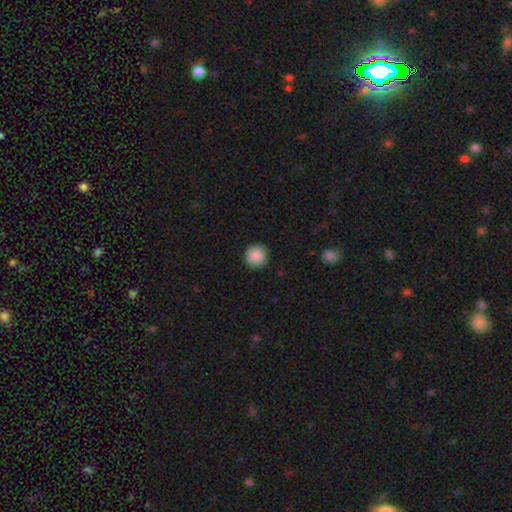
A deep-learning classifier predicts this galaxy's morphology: Q: Smooth or featured?
A: smooth (89%); runner-up: star or artifact (8%)
Q: How rounded?
A: round (95%); runner-up: in between (4%)
Q: Merging?
A: none (91%); runner-up: minor disturbance (7%)